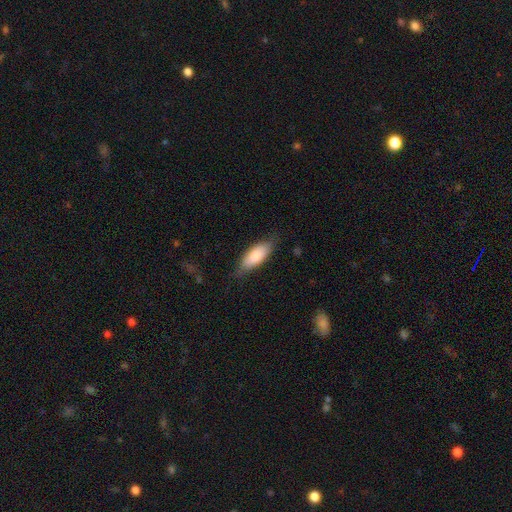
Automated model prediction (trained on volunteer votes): smooth-or-featured: smooth: 79% | featured or disk: 16% | star or artifact: 6%
  how-rounded: in between: 76% | cigar-shaped: 22% | round: 2%
  merging: none: 74% | minor disturbance: 21% | major disturbance: 4% | merger: 1%